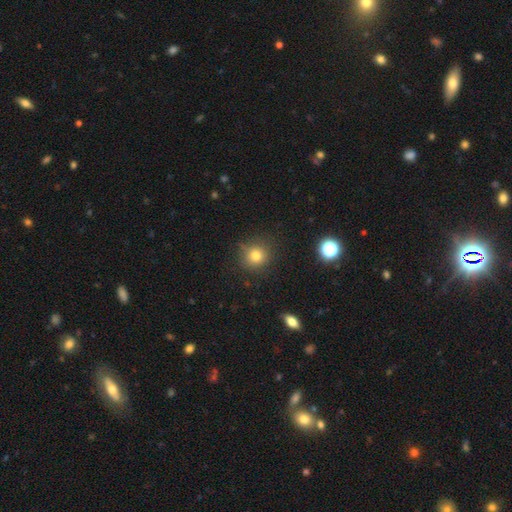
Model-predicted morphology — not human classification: type=smooth (77%); roundness=round (91%); merging=none (84%).